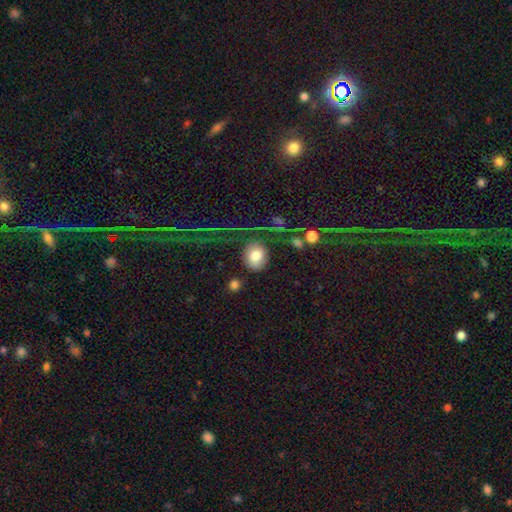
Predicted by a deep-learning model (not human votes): smooth-or-featured: smooth: 79% | star or artifact: 11% | featured or disk: 10%
  how-rounded: round: 64% | in between: 35% | cigar-shaped: 1%
  merging: none: 75% | minor disturbance: 14% | major disturbance: 5% | merger: 5%